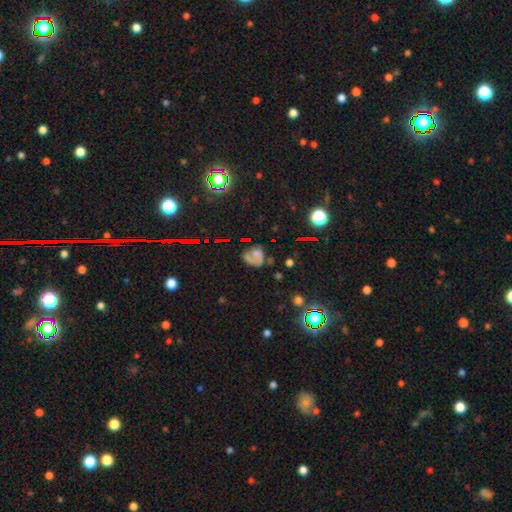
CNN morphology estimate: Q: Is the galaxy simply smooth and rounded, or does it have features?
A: smooth — 38%, tied with featured or disk.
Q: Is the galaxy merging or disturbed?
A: none — 40%.